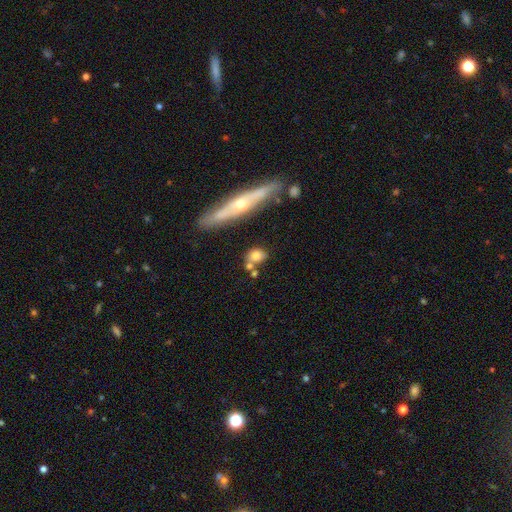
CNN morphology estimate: The model was most divided on "how rounded": round: 52%, in between: 39%, cigar-shaped: 9%. More confident: smooth or featured — smooth (73%); merging — none (62%).